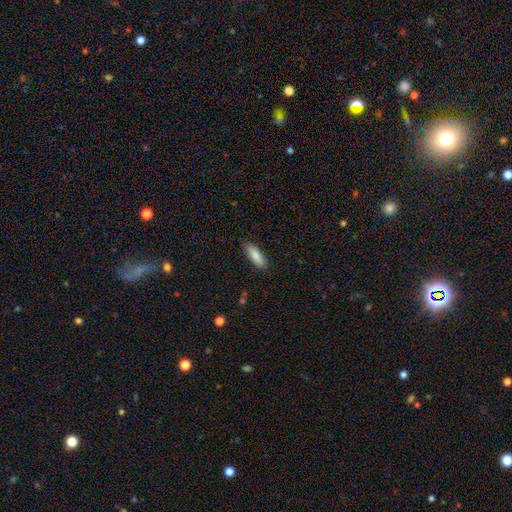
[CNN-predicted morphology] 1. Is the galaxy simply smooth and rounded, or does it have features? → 86% smooth, 8% featured or disk, 6% star or artifact.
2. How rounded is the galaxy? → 55% in between, 44% cigar-shaped, 2% round.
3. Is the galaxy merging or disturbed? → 86% none, 11% minor disturbance, 2% major disturbance, 1% merger.